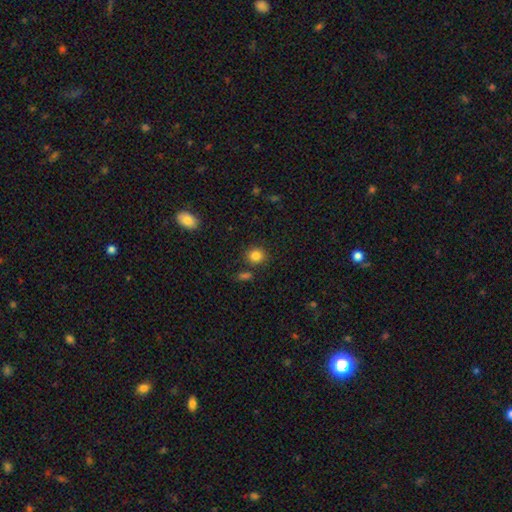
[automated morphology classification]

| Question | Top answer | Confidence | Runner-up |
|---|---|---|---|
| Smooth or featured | smooth | 84% | star or artifact (11%) |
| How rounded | round | 83% | in between (16%) |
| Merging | none | 82% | minor disturbance (9%) |